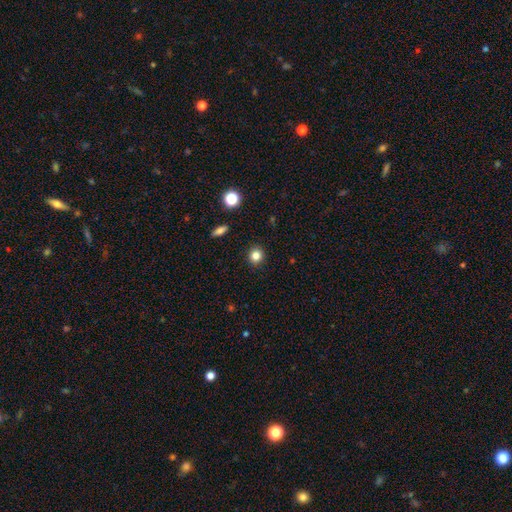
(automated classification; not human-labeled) This is clearly a smooth galaxy (82%). How rounded: clearly round (87%). Merging: clearly none (91%).